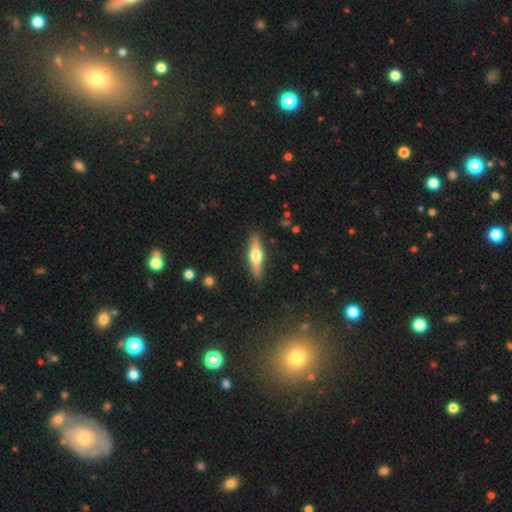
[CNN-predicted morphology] A featured or disk galaxy (50%) viewed edge-on (93%). Merging: none (88%).